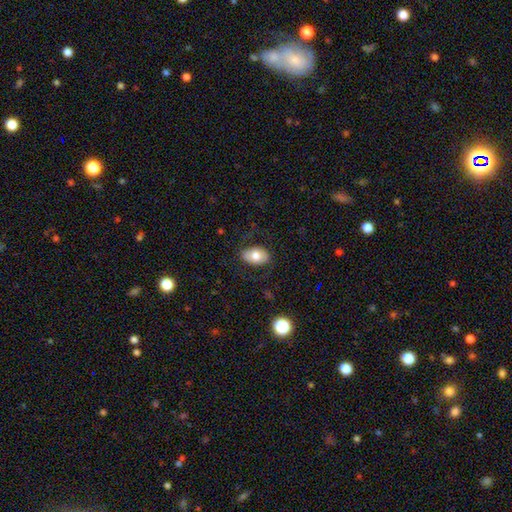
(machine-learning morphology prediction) Smooth or featured?
  - smooth: 70% *
  - featured or disk: 22%
  - star or artifact: 7%
How rounded?
  - in between: 88% *
  - round: 11%
  - cigar-shaped: 1%
Merging?
  - none: 77% *
  - minor disturbance: 14%
  - major disturbance: 7%
  - merger: 1%